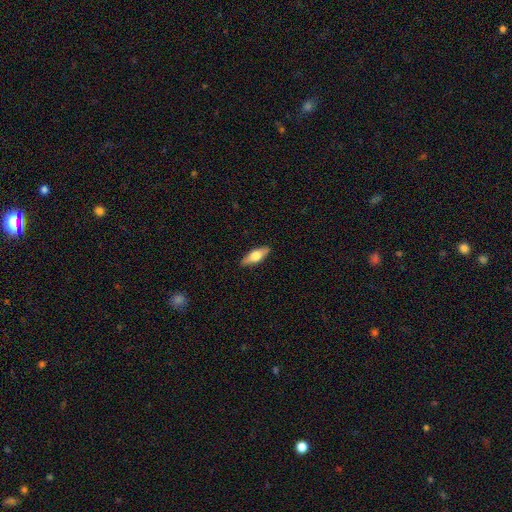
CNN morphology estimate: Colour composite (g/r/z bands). It shows a smooth galaxy with no disk features (53%) that is in between round and cigar-shaped (62%). Merging: none (89%).